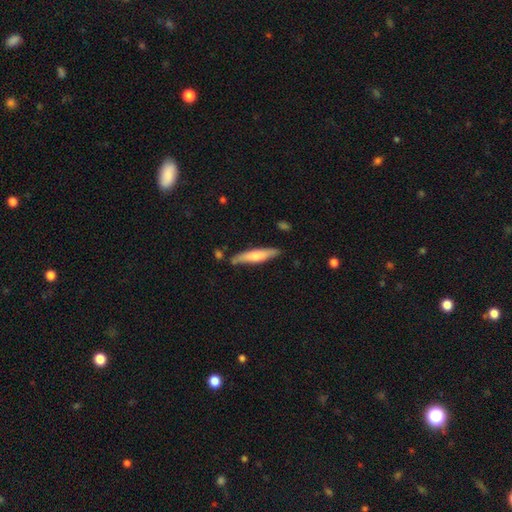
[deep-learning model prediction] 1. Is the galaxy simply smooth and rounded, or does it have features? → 64% smooth, 31% featured or disk, 5% star or artifact.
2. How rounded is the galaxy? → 85% cigar-shaped, 14% in between, 1% round.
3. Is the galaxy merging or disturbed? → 79% none, 14% minor disturbance, 4% merger, 2% major disturbance.